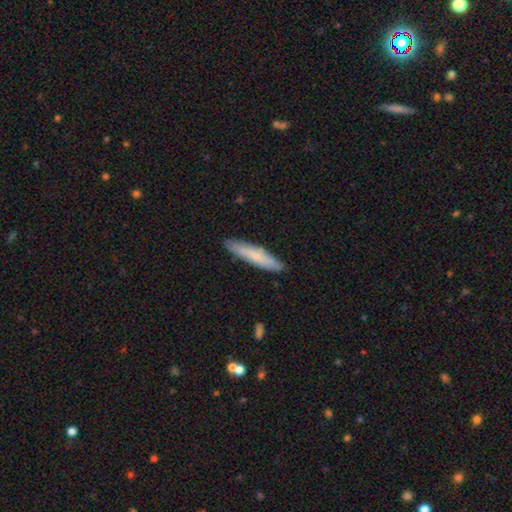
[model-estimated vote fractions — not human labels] Smooth or featured? smooth (71%)
How rounded? cigar-shaped (89%)
Merging? none (88%)